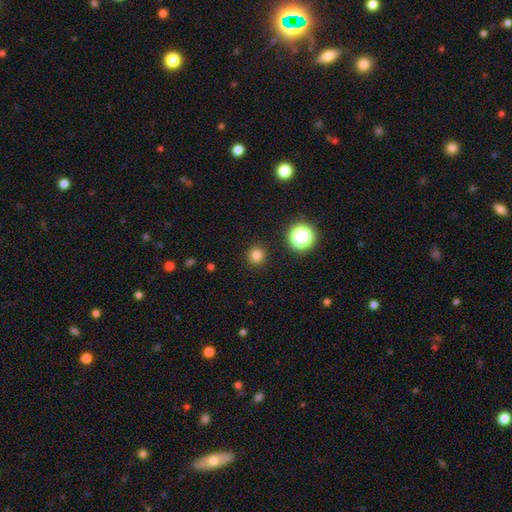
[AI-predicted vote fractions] Smooth or featured: smooth — 80% (star or artifact — 16%)
How rounded: round — 94% (in between — 5%)
Merging: none — 92% (minor disturbance — 5%)